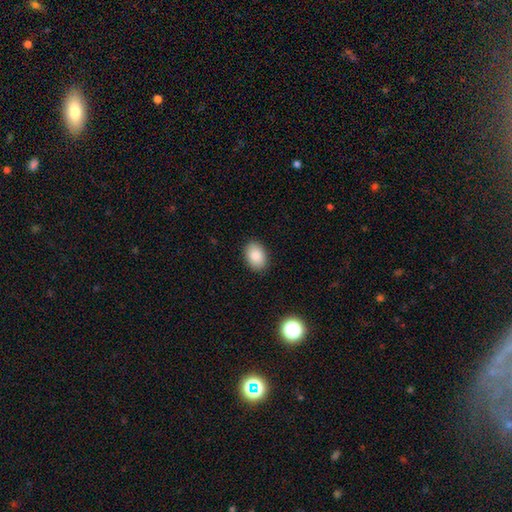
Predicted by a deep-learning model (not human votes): Smooth or featured: smooth — 88% (star or artifact — 8%)
How rounded: in between — 84% (round — 15%)
Merging: none — 88% (minor disturbance — 8%)